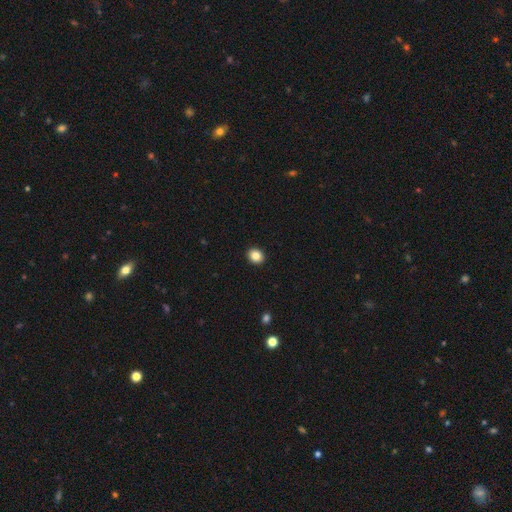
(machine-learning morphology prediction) smooth 84%, star or artifact 10%, featured or disk 6%. Down the decision tree: how rounded — round (62%); merging — none (92%).